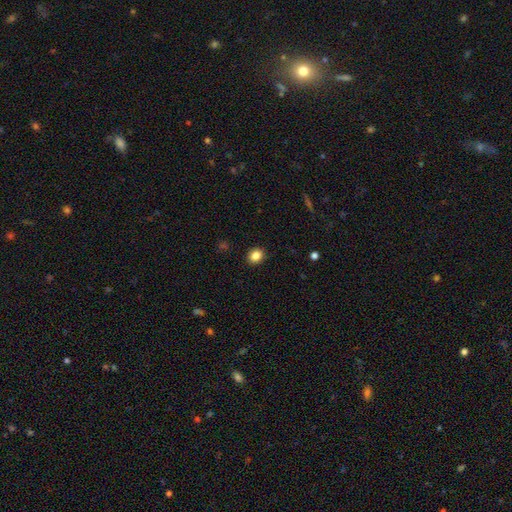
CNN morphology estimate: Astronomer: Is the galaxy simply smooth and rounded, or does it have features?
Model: smooth — 85%.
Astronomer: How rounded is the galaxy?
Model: round — 60% (runner-up: in between, 39%).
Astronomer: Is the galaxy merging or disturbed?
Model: none — 91%.